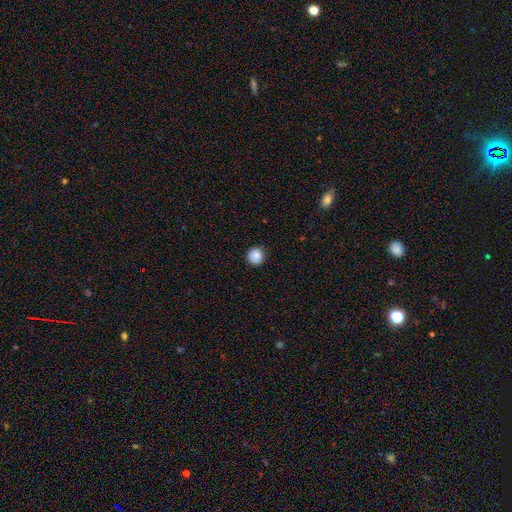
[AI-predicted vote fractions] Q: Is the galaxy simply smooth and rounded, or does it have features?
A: smooth — 87%.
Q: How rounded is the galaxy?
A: round — 94%.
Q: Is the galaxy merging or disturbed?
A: none — 90%.